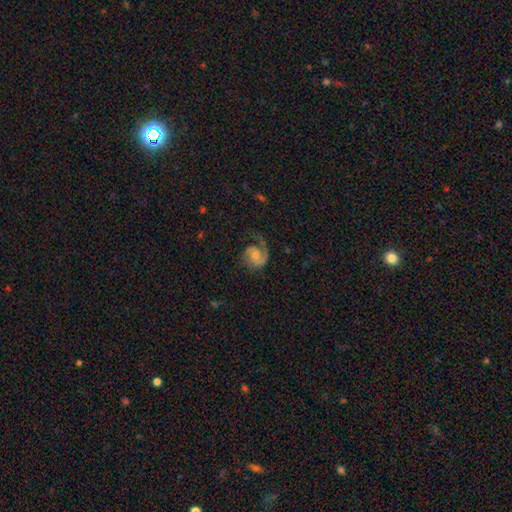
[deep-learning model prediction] This is clearly a featured or disk galaxy (83%). It is clearly not viewed edge-on (98%). Bar: likely no (69%). Spiral arm pattern: clearly yes (96%). Spiral arm count: possibly 2 (48%). Spiral winding: marginally medium (45%). Central bulge: possibly small (51%). Merging: possibly none (59%).